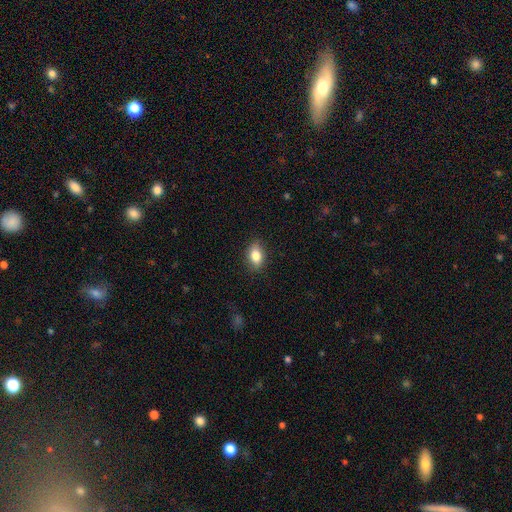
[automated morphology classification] smooth_or_featured: smooth (p=0.81) [alt: featured or disk p=0.11]
how_rounded: in between (p=0.81) [alt: round p=0.16]
merging: none (p=0.85) [alt: minor disturbance p=0.12]